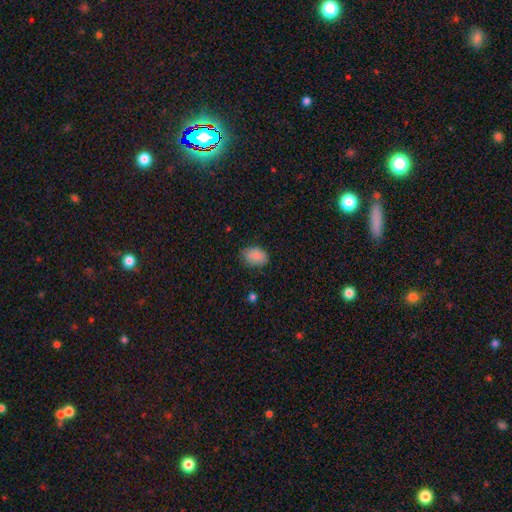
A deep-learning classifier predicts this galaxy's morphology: Smooth or featured: smooth — 86% (star or artifact — 8%)
How rounded: in between — 79% (round — 20%)
Merging: none — 77% (minor disturbance — 18%)